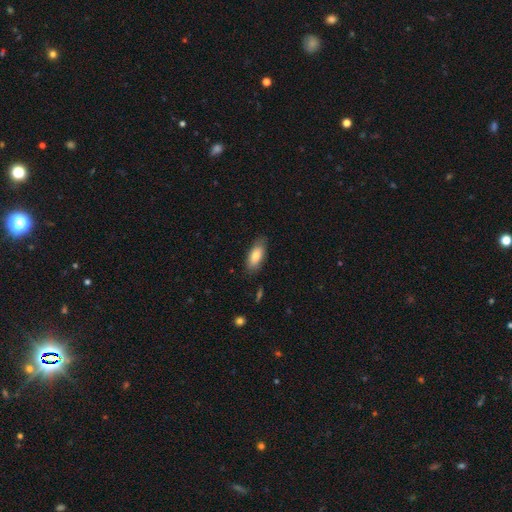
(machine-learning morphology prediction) Overall: smooth (78%). How rounded: in between (82%). Merging: none (81%).